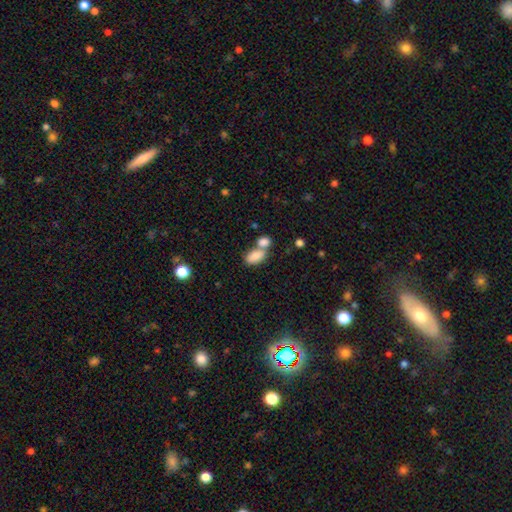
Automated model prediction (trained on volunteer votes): Smooth or featured? Predicted: smooth (p=0.83). How rounded? Predicted: in between (p=0.91). Merging? Predicted: merger (p=0.54).